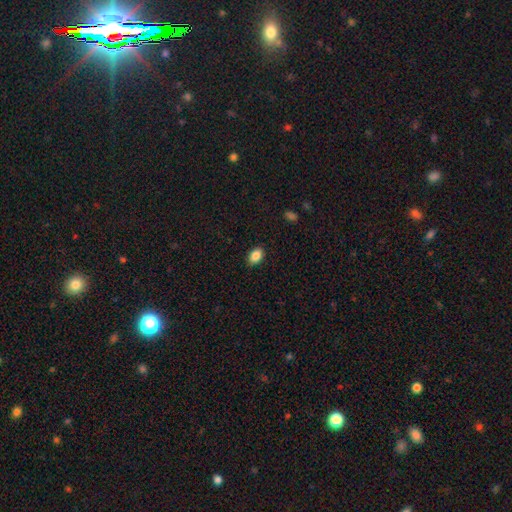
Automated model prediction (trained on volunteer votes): This is clearly a smooth galaxy (87%). How rounded: clearly in between (85%). Merging: clearly none (88%).